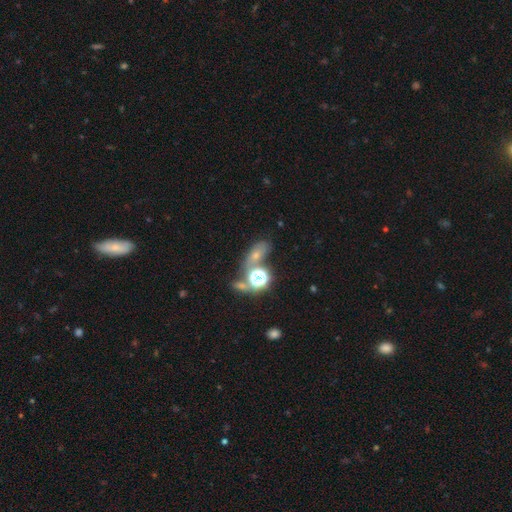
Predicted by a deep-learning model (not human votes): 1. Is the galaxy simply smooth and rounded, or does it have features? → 48% smooth, 32% star or artifact, 20% featured or disk.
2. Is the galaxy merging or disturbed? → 49% none, 23% merger, 16% minor disturbance, 12% major disturbance.